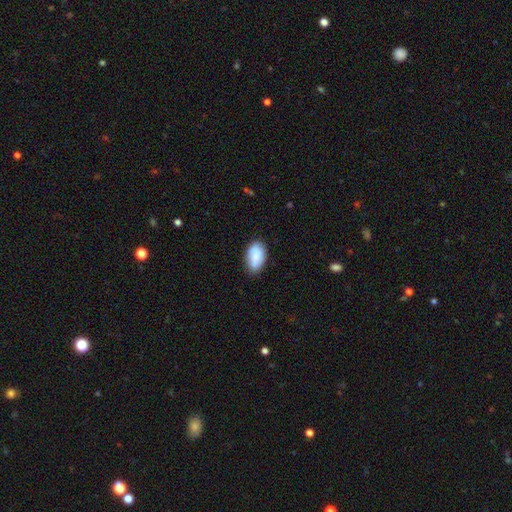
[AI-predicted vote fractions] The model was most divided on "merging": none: 78%, minor disturbance: 17%, major disturbance: 3%, merger: 1%. More confident: how rounded — in between (93%); smooth or featured — smooth (86%).